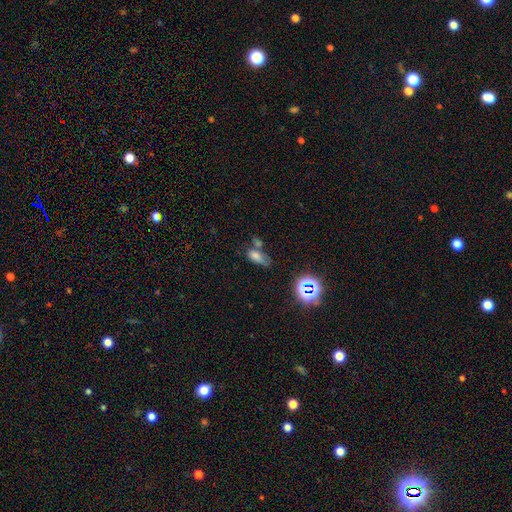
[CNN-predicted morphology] Smooth or featured: smooth — 66% (star or artifact — 20%)
How rounded: in between — 86% (round — 7%)
Merging: none — 38% (merger — 27%)